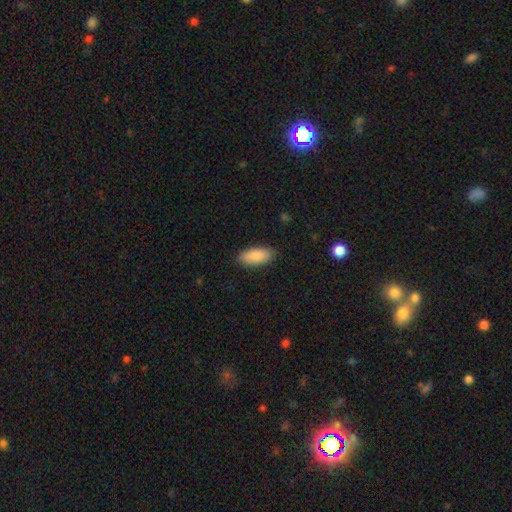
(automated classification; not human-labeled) Smooth or featured? Predicted: smooth (p=0.88). How rounded? Predicted: in between (p=0.86). Merging? Predicted: none (p=0.88).